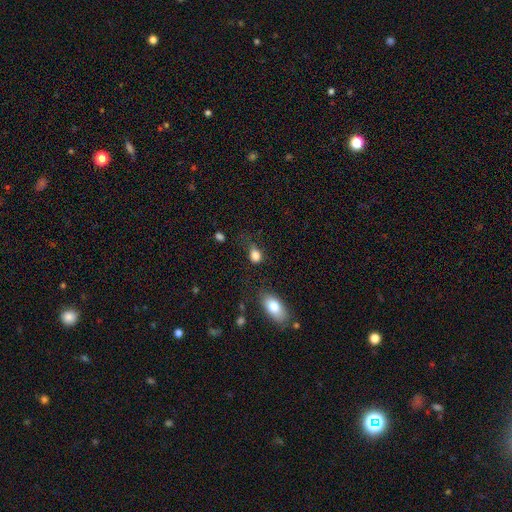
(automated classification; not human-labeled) Smooth or featured?
  - smooth: 83% *
  - star or artifact: 10%
  - featured or disk: 7%
How rounded?
  - in between: 62% *
  - round: 35%
  - cigar-shaped: 3%
Merging?
  - none: 47% *
  - minor disturbance: 29%
  - major disturbance: 20%
  - merger: 5%